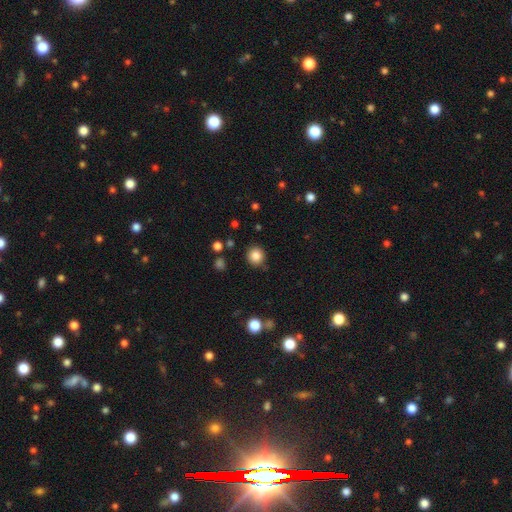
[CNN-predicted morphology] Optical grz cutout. It shows a smooth galaxy with no disk features (85%) that is round (91%). Merging: none (88%).